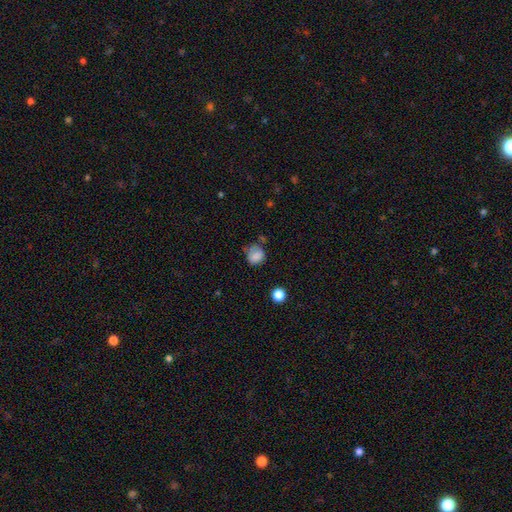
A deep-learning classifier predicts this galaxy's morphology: smooth 81%, star or artifact 11%, featured or disk 8%. Down the decision tree: how rounded — round (71%); merging — none (57%).